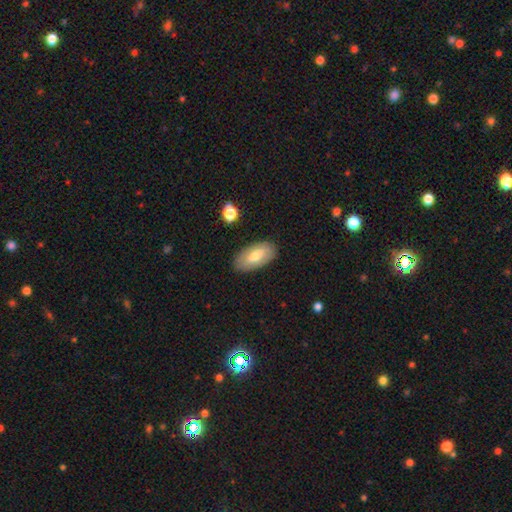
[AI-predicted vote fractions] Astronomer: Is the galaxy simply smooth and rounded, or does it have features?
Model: smooth — 63%.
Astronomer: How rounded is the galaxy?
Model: in between — 92%.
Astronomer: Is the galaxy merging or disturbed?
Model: none — 85%.